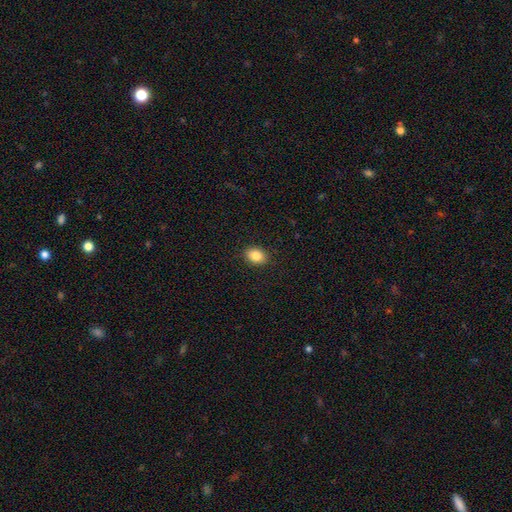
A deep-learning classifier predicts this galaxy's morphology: Smooth or featured? smooth (84%)
How rounded? in between (65%)
Merging? none (90%)